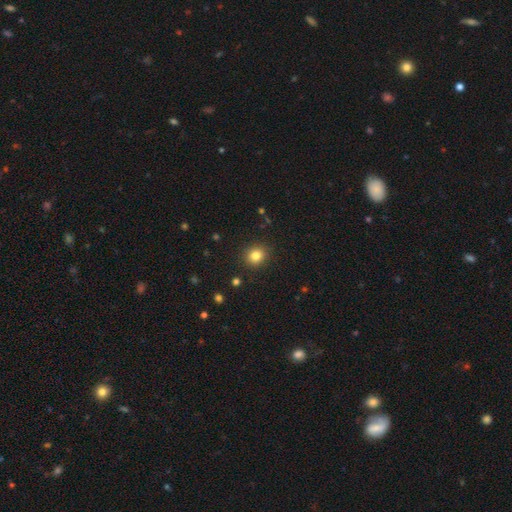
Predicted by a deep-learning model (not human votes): The model was most divided on "how rounded": round: 79%, in between: 20%, cigar-shaped: 1%. More confident: merging — none (90%); smooth or featured — smooth (83%).